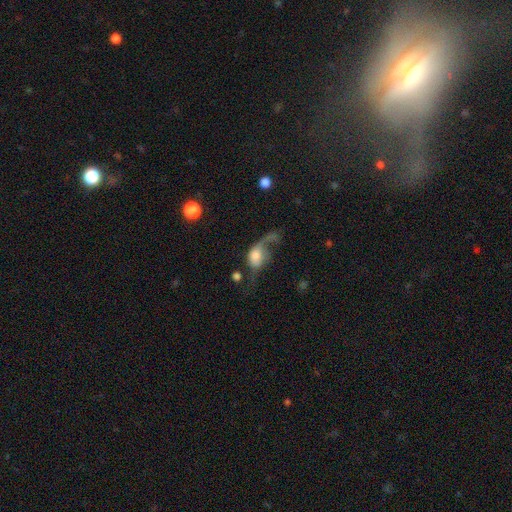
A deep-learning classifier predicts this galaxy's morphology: Q: Smooth or featured?
A: smooth (48%); runner-up: featured or disk (43%)
Q: Merging?
A: major disturbance (58%); runner-up: none (18%)